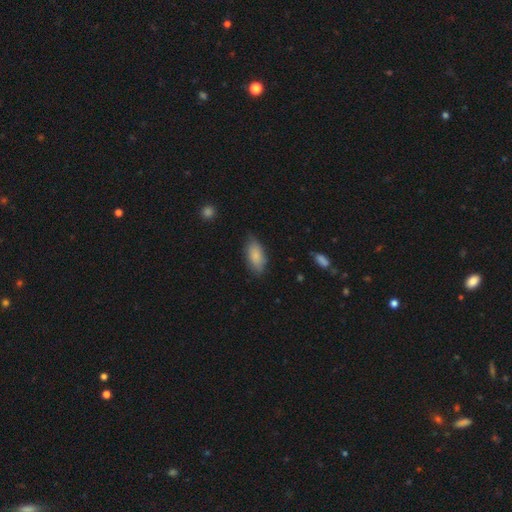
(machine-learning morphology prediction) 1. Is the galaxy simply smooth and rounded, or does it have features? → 84% smooth, 10% featured or disk, 6% star or artifact.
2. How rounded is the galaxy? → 88% in between, 9% cigar-shaped, 2% round.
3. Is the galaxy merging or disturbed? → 76% none, 19% minor disturbance, 3% major disturbance, 1% merger.